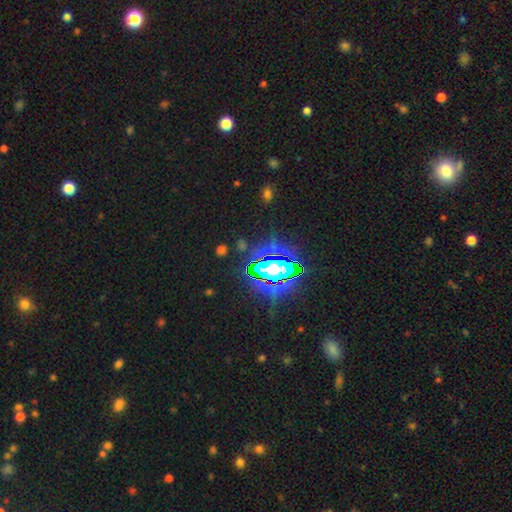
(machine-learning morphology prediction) type=star or artifact (83%).